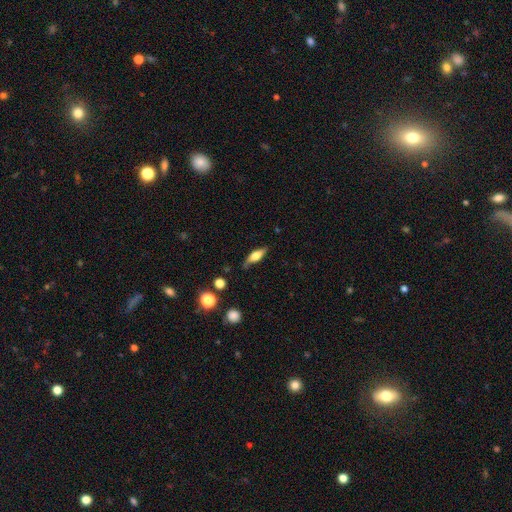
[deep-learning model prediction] Smooth or featured? smooth (49%)
Merging? none (75%)